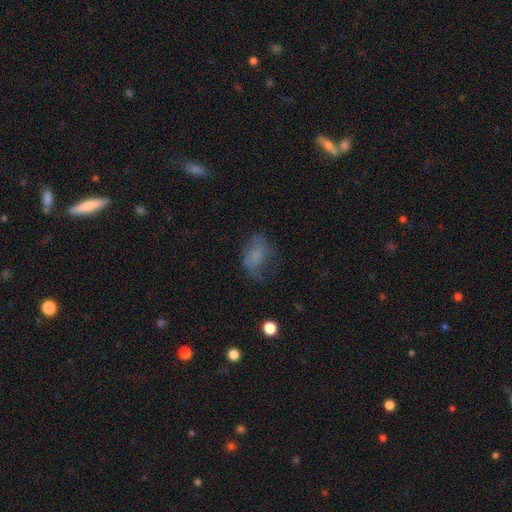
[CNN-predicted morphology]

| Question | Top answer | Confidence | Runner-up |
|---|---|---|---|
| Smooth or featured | smooth | 57% | featured or disk (30%) |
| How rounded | in between | 81% | round (16%) |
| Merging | none | 44% | minor disturbance (27%) |